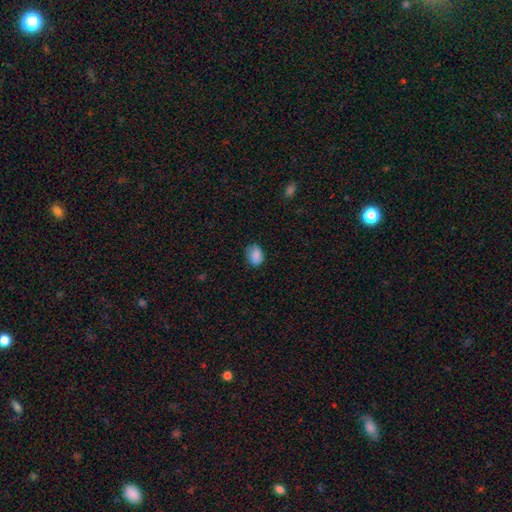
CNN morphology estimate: smooth 86%, star or artifact 9%, featured or disk 5%. Down the decision tree: how rounded — in between (60%); merging — none (71%).